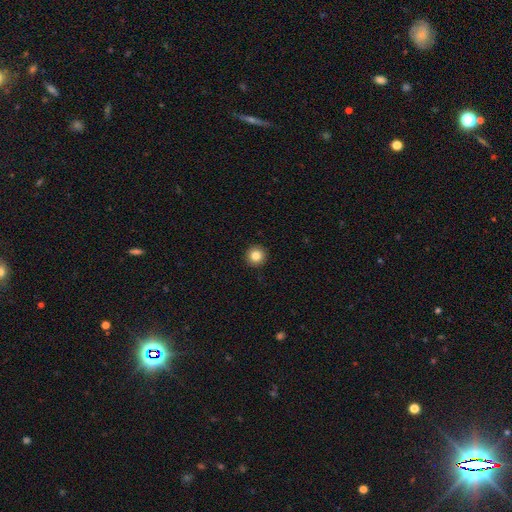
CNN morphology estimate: Smooth or featured: smooth — 84% (star or artifact — 10%)
How rounded: round — 95% (in between — 4%)
Merging: none — 93% (minor disturbance — 4%)